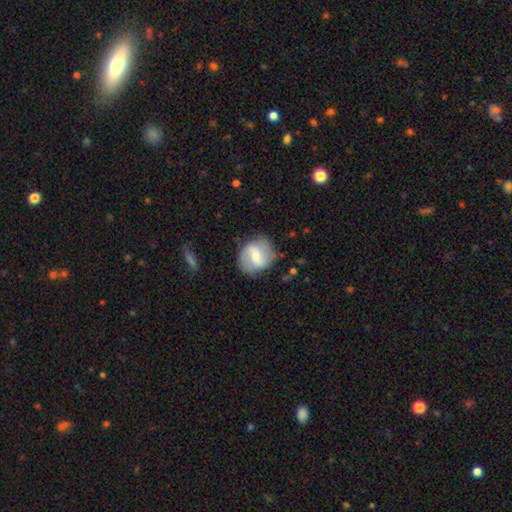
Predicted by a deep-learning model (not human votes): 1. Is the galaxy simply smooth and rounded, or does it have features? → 59% featured or disk, 34% smooth, 7% star or artifact.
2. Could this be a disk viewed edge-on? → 97% no, 3% yes.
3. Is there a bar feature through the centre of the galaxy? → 49% weak, 28% strong, 23% no.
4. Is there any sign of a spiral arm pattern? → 76% yes, 24% no.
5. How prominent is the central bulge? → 52% moderate, 43% small, 3% large, 1% none, 1% dominant.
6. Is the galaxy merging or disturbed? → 79% none, 15% minor disturbance, 5% major disturbance, 2% merger.